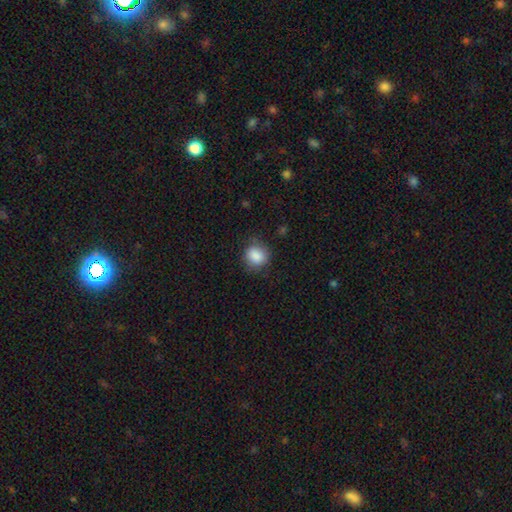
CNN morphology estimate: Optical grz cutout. It shows a smooth galaxy with no disk features (86%) that is round (77%). Merging: none (76%).